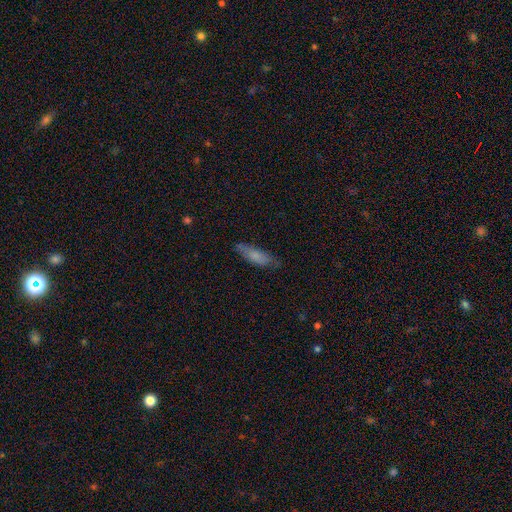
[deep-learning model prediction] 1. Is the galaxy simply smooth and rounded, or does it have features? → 76% smooth, 18% featured or disk, 7% star or artifact.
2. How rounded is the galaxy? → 52% in between, 46% cigar-shaped, 2% round.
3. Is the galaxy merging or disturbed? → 66% none, 27% minor disturbance, 6% major disturbance, 2% merger.